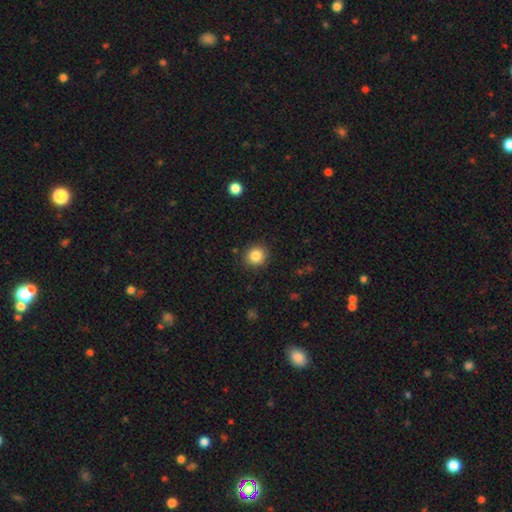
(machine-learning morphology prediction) The model was most divided on "how rounded": round: 85%, in between: 14%, cigar-shaped: 1%. More confident: merging — none (89%); smooth or featured — smooth (85%).